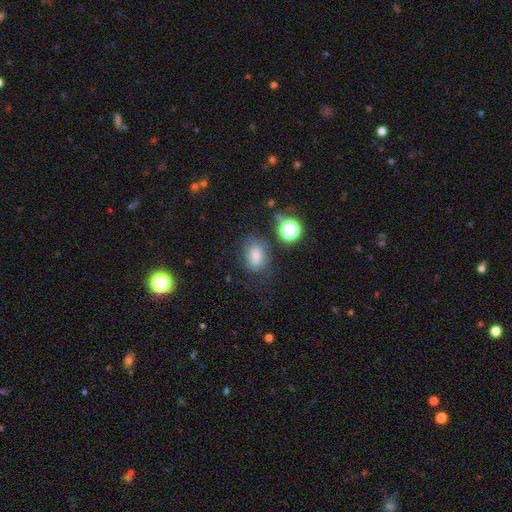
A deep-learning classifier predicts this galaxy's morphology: smooth 67%, star or artifact 17%, featured or disk 16%. Down the decision tree: how rounded — in between (68%); merging — none (53%).